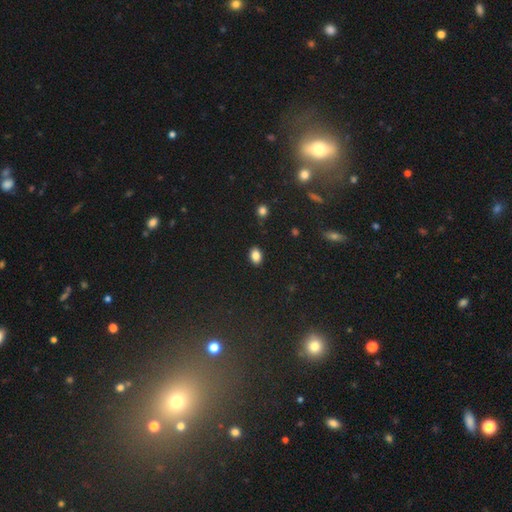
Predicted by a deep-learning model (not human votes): smooth-or-featured: smooth: 84% | star or artifact: 10% | featured or disk: 6%
  how-rounded: in between: 79% | round: 19% | cigar-shaped: 1%
  merging: none: 88% | minor disturbance: 9% | major disturbance: 2% | merger: 1%